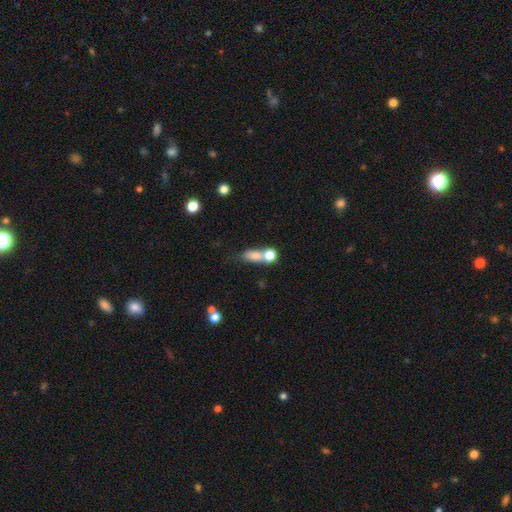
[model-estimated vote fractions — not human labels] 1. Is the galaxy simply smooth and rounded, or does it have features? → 73% smooth, 16% featured or disk, 12% star or artifact.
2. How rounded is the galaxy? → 54% in between, 30% round, 16% cigar-shaped.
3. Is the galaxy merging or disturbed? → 51% merger, 30% none, 11% minor disturbance, 8% major disturbance.